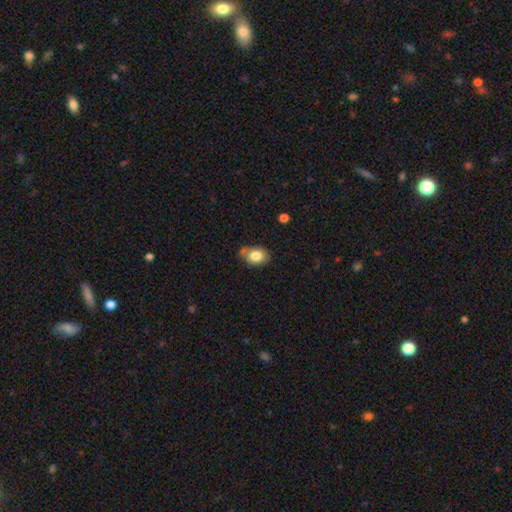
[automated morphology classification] smooth 82%, featured or disk 10%, star or artifact 8%. Down the decision tree: how rounded — in between (74%); merging — none (66%).